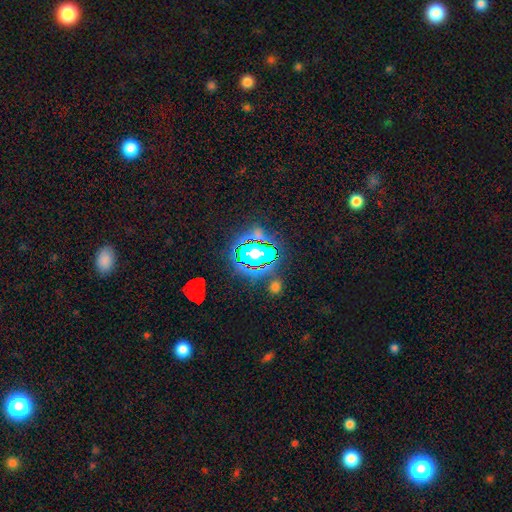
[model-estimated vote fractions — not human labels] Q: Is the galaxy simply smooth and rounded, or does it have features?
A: star or artifact — 68%.